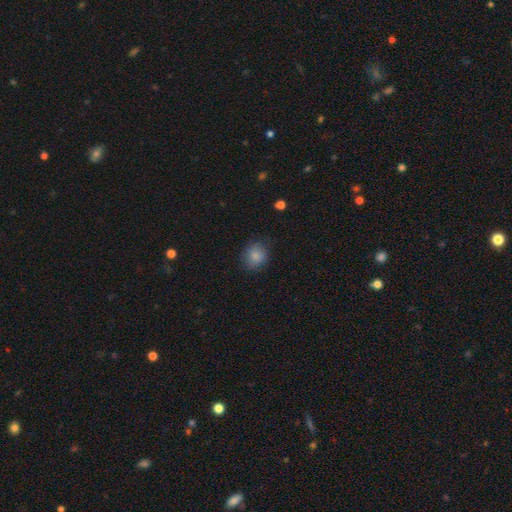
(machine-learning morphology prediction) Smooth or featured?
  - smooth: 85% *
  - star or artifact: 9%
  - featured or disk: 6%
How rounded?
  - round: 75% *
  - in between: 24%
  - cigar-shaped: 1%
Merging?
  - none: 80% *
  - minor disturbance: 15%
  - major disturbance: 4%
  - merger: 1%